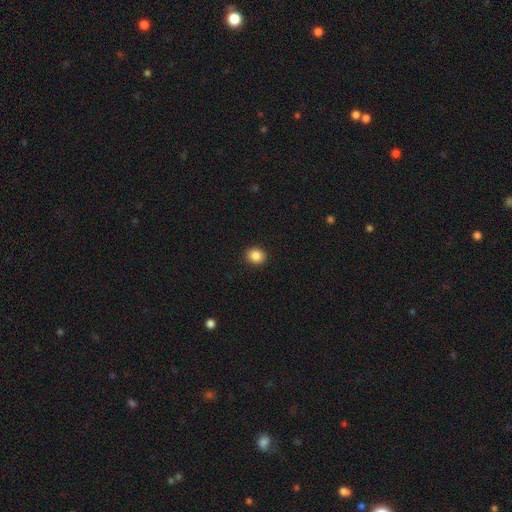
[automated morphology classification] Overall: smooth (86%). How rounded: round (74%). Merging: none (92%).